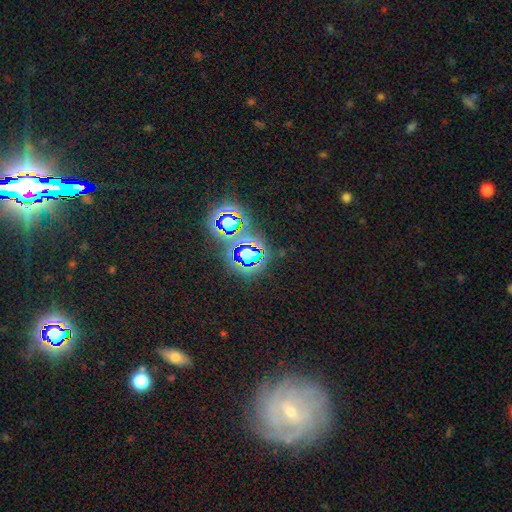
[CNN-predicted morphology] A star or artifact, not a galaxy (64%).

Vote fractions:
- Smooth or featured? star or artifact: 64% / featured or disk: 18% / smooth: 18%